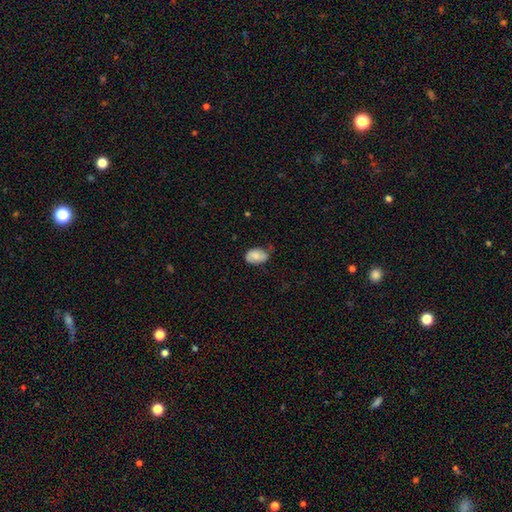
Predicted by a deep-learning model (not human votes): Smooth or featured? Predicted: smooth (p=0.76). How rounded? Predicted: in between (p=0.87). Merging? Predicted: none (p=0.53).